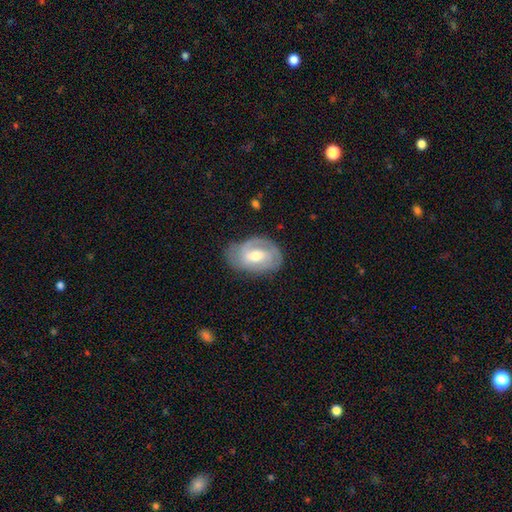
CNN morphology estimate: Smooth or featured: featured or disk — 72% (smooth — 22%)
Edge-on disk: no — 96% (yes — 4%)
Bar: weak — 48% (no — 35%)
Spiral arms: yes — 86% (no — 14%)
Spiral winding: tight — 51% (medium — 36%)
Spiral arm count: 2 — 47% (can't tell — 26%)
Bulge size: moderate — 63% (small — 31%)
Merging: none — 70% (minor disturbance — 21%)